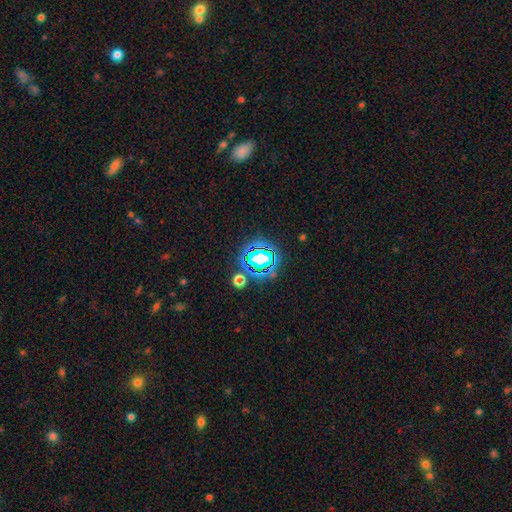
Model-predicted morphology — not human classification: star or artifact 68%, smooth 20%, featured or disk 12%.